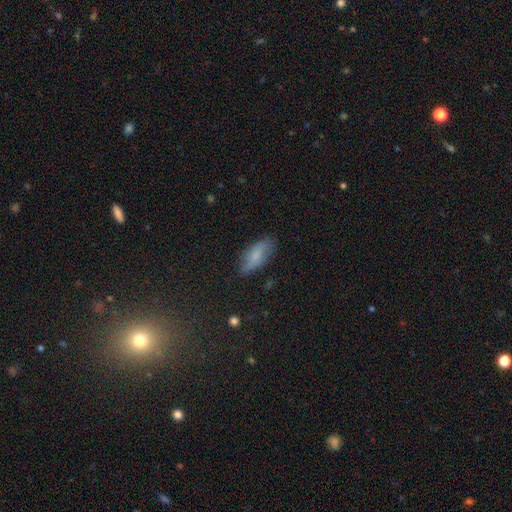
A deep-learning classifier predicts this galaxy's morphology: smooth-or-featured: smooth: 70% | featured or disk: 22% | star or artifact: 8%
  how-rounded: in between: 76% | cigar-shaped: 21% | round: 3%
  merging: none: 77% | minor disturbance: 18% | major disturbance: 4% | merger: 1%